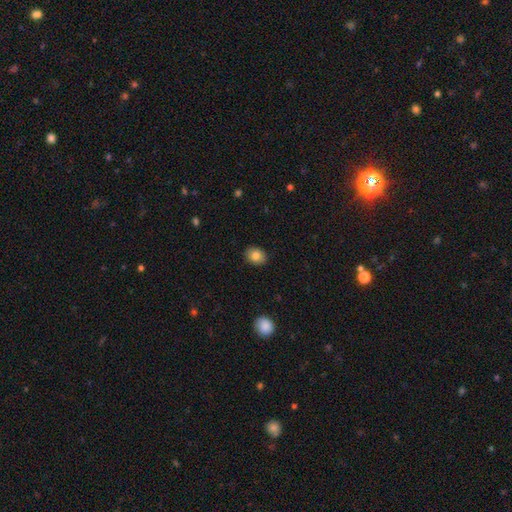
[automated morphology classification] This appears to be a smooth galaxy with no disk features (83%) that is round (51%). Merging: none (90%).